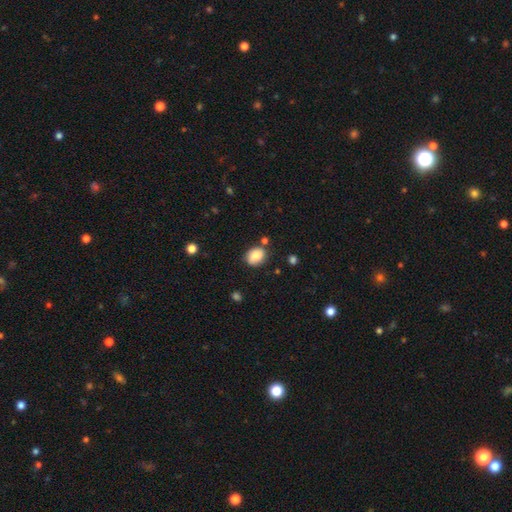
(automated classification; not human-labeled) A smooth galaxy with no disk features (81%) that is in between round and cigar-shaped (57%). Merging: none (75%).